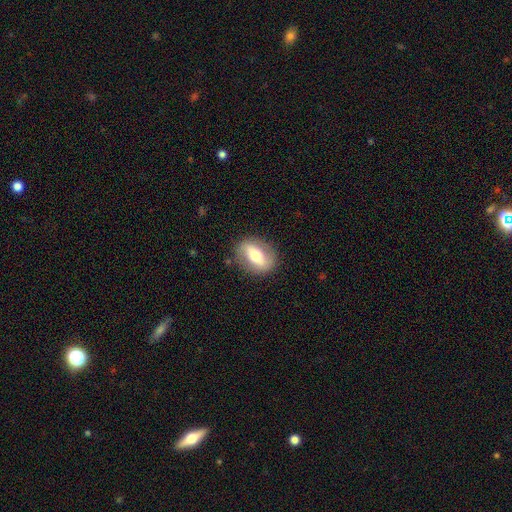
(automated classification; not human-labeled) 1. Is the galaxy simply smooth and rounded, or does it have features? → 49% featured or disk, 45% smooth, 7% star or artifact.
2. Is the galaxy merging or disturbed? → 84% none, 11% minor disturbance, 4% major disturbance, 1% merger.